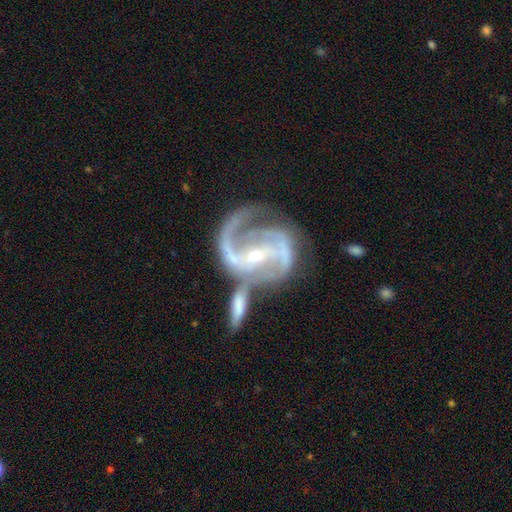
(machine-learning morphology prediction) The model was most divided on "merging": merger: 41%, none: 28%, major disturbance: 16%, minor disturbance: 15%. More confident: edge-on disk — no (97%); spiral arms — yes (97%); smooth or featured — featured or disk (91%); spiral arm count — 2 (77%); bulge size — small (72%); spiral winding — medium (53%); bar — strong (52%).